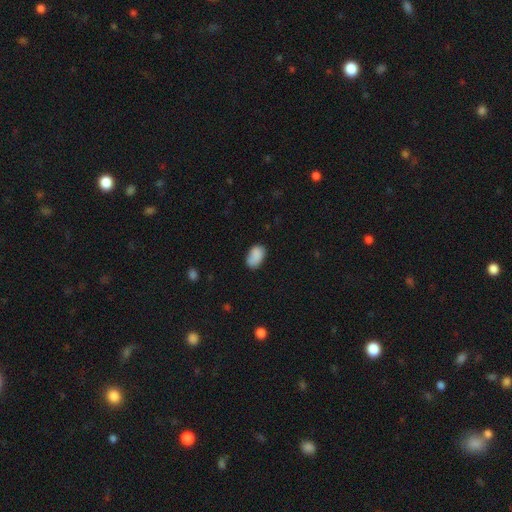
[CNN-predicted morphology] This is clearly a smooth galaxy (86%). How rounded: clearly in between (91%). Merging: likely none (70%).